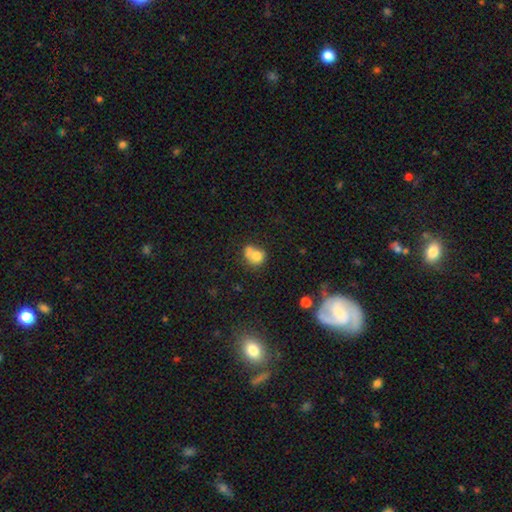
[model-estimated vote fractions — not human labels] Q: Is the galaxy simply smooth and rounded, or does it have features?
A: smooth — 73%.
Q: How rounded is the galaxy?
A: round — 68%.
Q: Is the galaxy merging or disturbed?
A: merger — 46%.